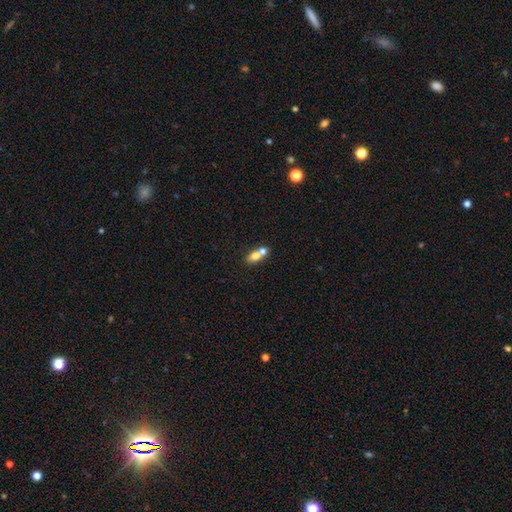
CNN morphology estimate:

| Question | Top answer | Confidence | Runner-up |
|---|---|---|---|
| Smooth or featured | smooth | 72% | featured or disk (18%) |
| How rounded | in between | 72% | round (23%) |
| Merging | merger | 57% | none (32%) |